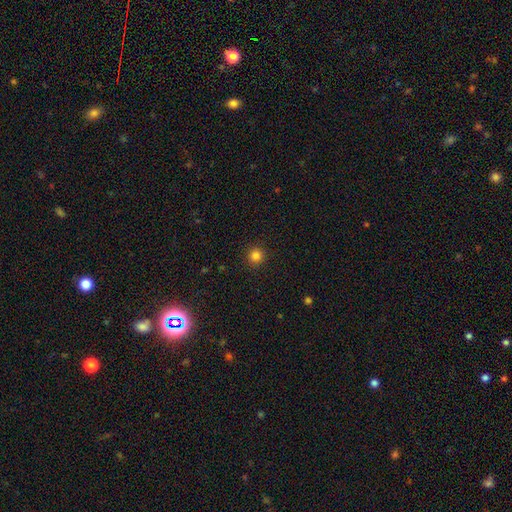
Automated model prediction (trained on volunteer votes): Smooth or featured? smooth (83%)
How rounded? round (94%)
Merging? none (92%)